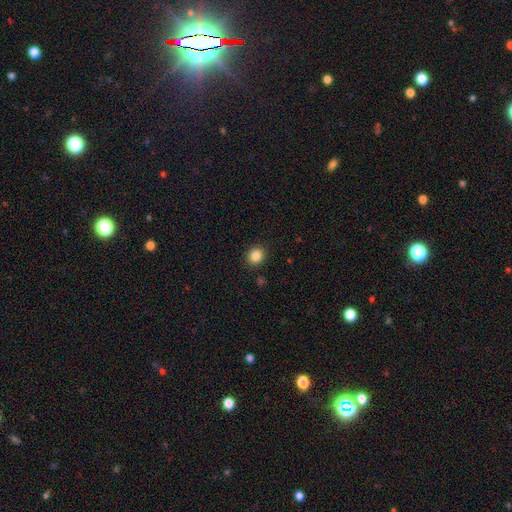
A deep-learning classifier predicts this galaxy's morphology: Smooth or featured: smooth — 86% (star or artifact — 10%)
How rounded: round — 79% (in between — 20%)
Merging: none — 89% (minor disturbance — 7%)